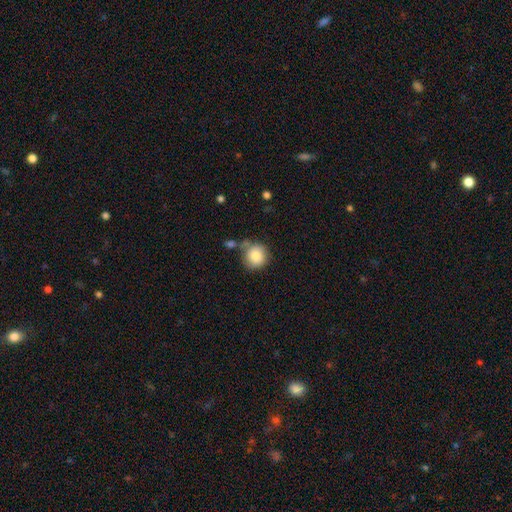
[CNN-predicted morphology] smooth_or_featured: smooth (p=0.84) [alt: featured or disk p=0.08]
how_rounded: round (p=0.90) [alt: in between p=0.09]
merging: none (p=0.58) [alt: minor disturbance p=0.19]